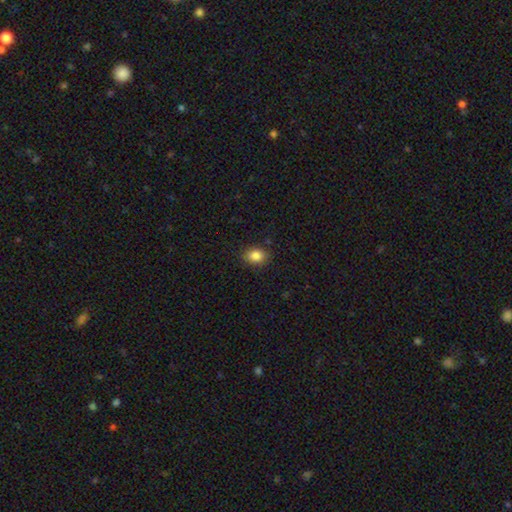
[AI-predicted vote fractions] Smooth or featured? Predicted: smooth (p=0.85). How rounded? Predicted: in between (p=0.60). Merging? Predicted: none (p=0.86).